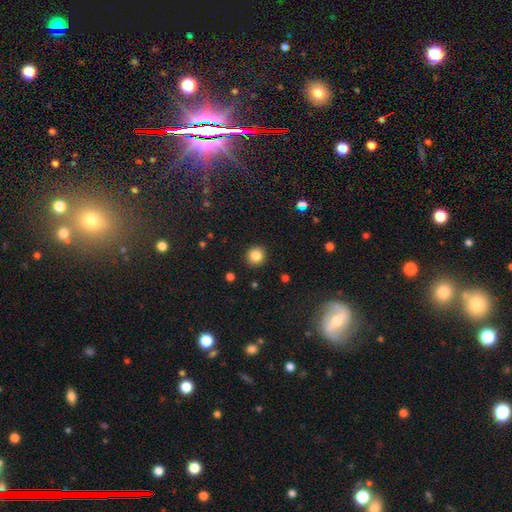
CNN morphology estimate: This appears to be a smooth galaxy with no disk features (85%) that is round (91%). Merging: none (92%).